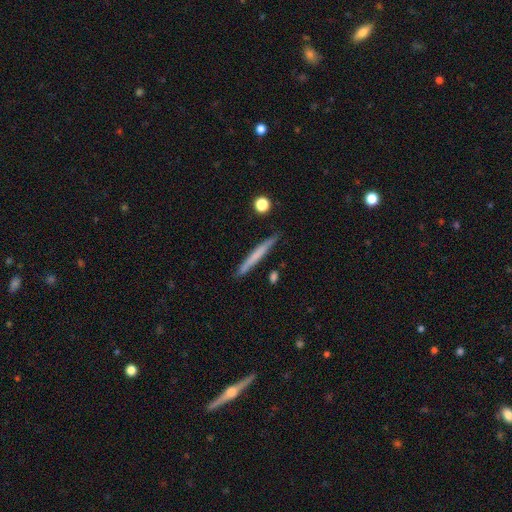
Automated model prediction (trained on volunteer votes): Q: Smooth or featured?
A: smooth (61%); runner-up: featured or disk (33%)
Q: How rounded?
A: cigar-shaped (97%); runner-up: in between (2%)
Q: Merging?
A: none (88%); runner-up: minor disturbance (8%)